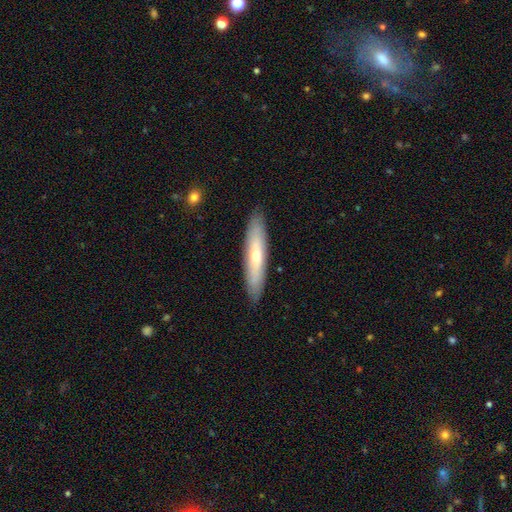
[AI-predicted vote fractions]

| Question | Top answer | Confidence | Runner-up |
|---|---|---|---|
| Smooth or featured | smooth | 48% | featured or disk (46%) |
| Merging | none | 88% | minor disturbance (9%) |